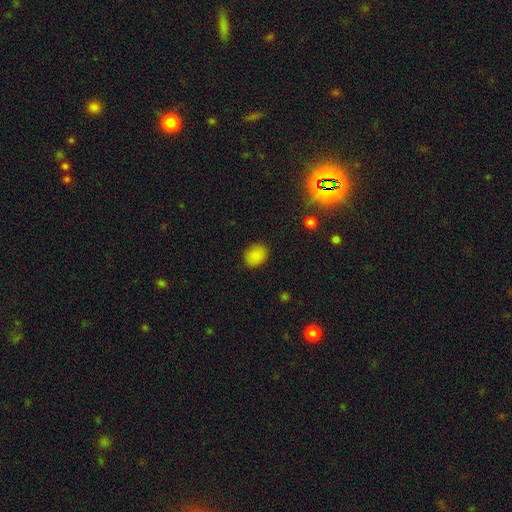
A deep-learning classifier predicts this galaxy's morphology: The model was most divided on "how rounded": in between: 53%, round: 46%, cigar-shaped: 1%. More confident: merging — none (88%); smooth or featured — smooth (86%).